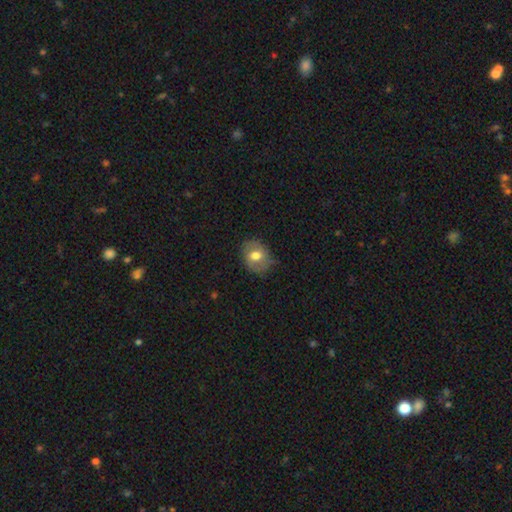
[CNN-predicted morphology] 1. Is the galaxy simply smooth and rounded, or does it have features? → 66% smooth, 26% featured or disk, 8% star or artifact.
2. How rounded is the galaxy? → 58% round, 41% in between, 1% cigar-shaped.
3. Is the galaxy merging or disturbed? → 69% none, 23% minor disturbance, 6% major disturbance, 1% merger.